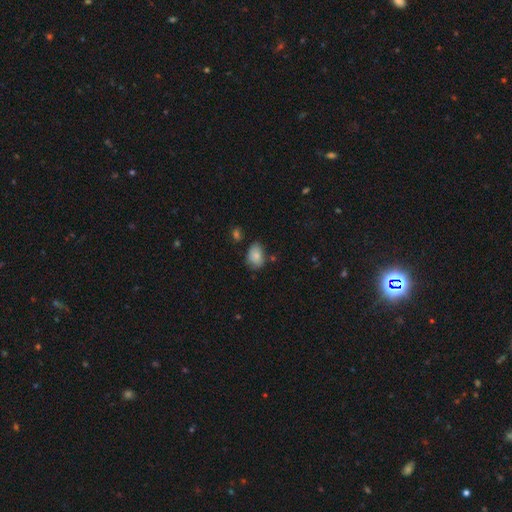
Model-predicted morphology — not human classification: Smooth or featured? Predicted: smooth (p=0.83). How rounded? Predicted: in between (p=0.80). Merging? Predicted: none (p=0.62).